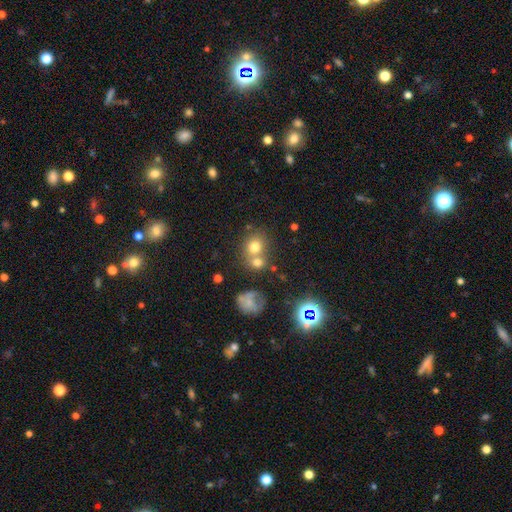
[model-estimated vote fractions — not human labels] Morphology: type=smooth (60%); roundness=round (78%); merging=none (53%).